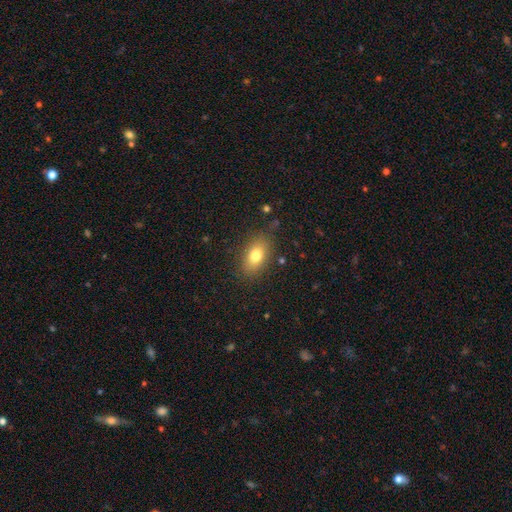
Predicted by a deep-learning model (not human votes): Smooth or featured? smooth (77%)
How rounded? in between (85%)
Merging? none (83%)